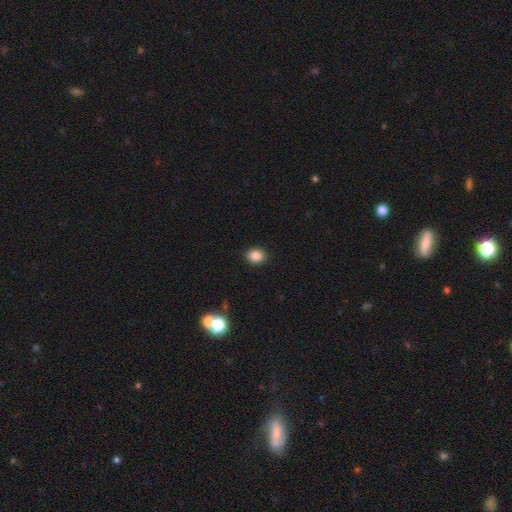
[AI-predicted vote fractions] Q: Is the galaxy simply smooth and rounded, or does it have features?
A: smooth — 86%.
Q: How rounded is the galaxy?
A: round — 55%.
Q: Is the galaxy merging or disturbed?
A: none — 89%.